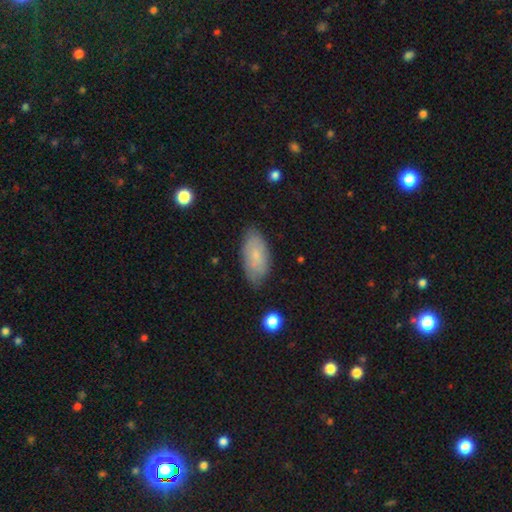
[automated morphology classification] type=smooth (66%); roundness=in between (92%); merging=none (76%).